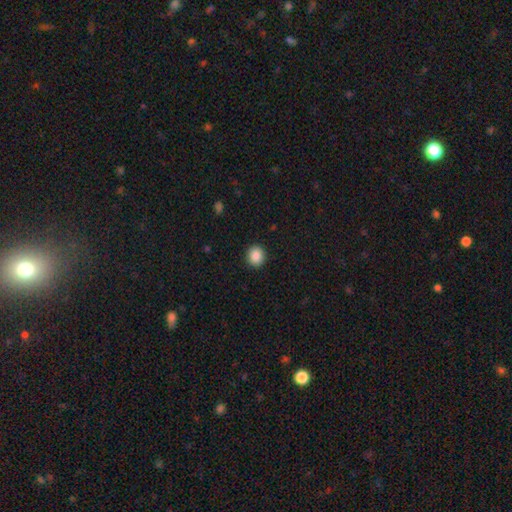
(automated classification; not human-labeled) A smooth galaxy with no disk features (88%) that is round (82%).

Vote fractions:
- Smooth or featured? smooth: 88% / star or artifact: 9% / featured or disk: 3%
- How rounded? round: 82% / in between: 17% / cigar-shaped: 1%
- Merging? none: 92% / minor disturbance: 6% / major disturbance: 2% / merger: 1%